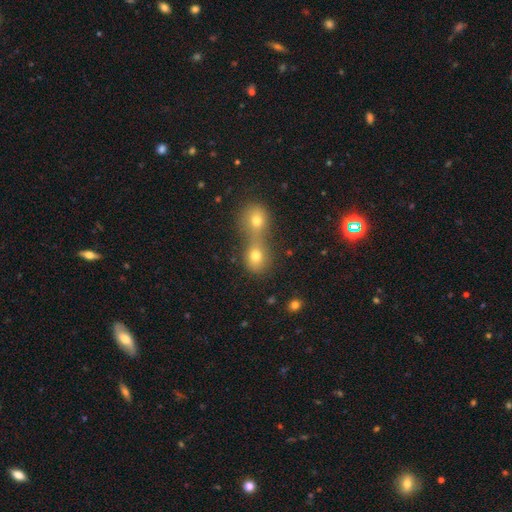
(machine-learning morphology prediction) Q: Smooth or featured?
A: smooth (69%); runner-up: star or artifact (19%)
Q: How rounded?
A: round (72%); runner-up: in between (27%)
Q: Merging?
A: merger (61%); runner-up: none (31%)